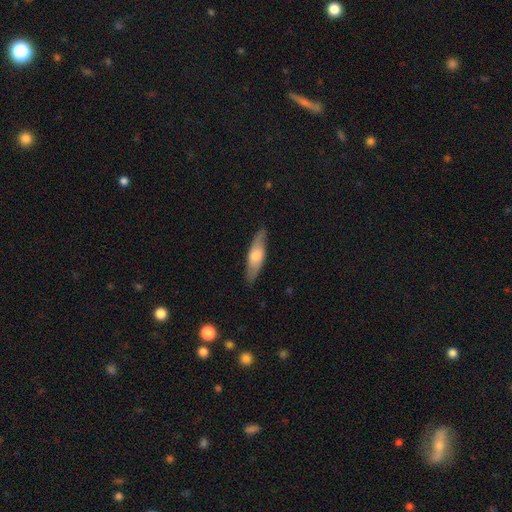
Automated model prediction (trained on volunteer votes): The model was most divided on "smooth or featured": smooth: 54%, featured or disk: 41%, star or artifact: 5%. More confident: merging — none (83%); how rounded — cigar-shaped (58%).